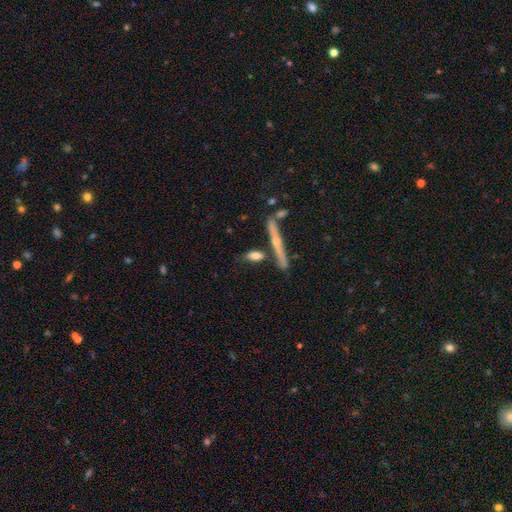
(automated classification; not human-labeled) This appears to be a smooth galaxy with no disk features (60%) that is cigar-shaped (51%). Merging: none (63%).